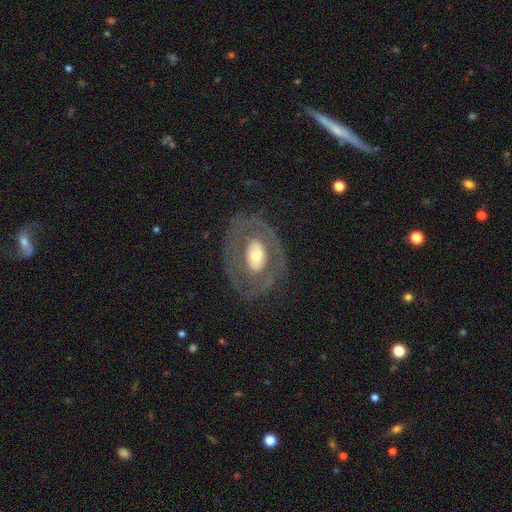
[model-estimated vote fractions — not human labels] Smooth or featured: featured or disk — 65% (smooth — 29%)
Edge-on disk: no — 93% (yes — 7%)
Bar: no — 76% (weak — 16%)
Spiral arms: no — 69% (yes — 31%)
Bulge size: moderate — 58% (small — 20%)
Merging: none — 71% (minor disturbance — 15%)